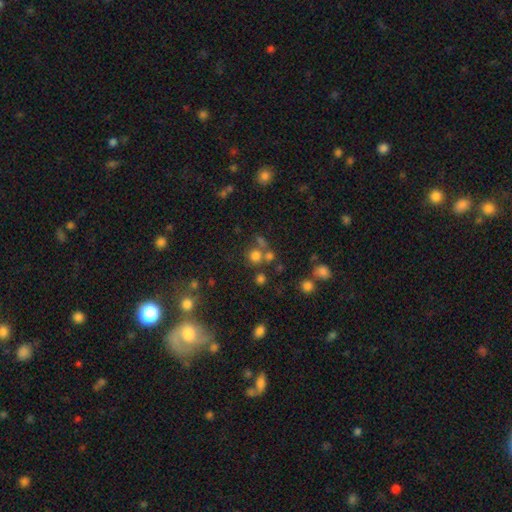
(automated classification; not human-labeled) Smooth or featured? Predicted: smooth (p=0.70). How rounded? Predicted: round (p=0.89). Merging? Predicted: none (p=0.62).